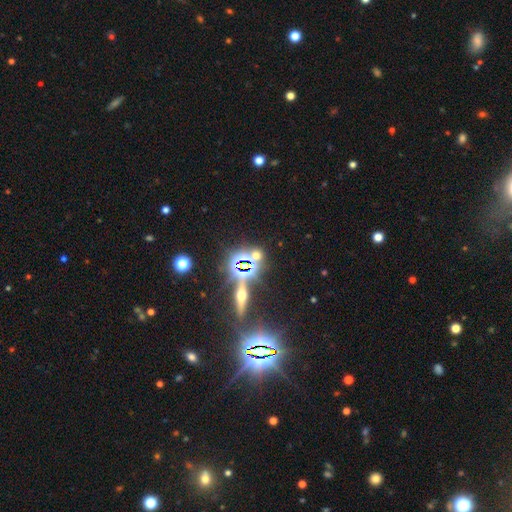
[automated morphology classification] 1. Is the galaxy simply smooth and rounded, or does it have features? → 54% star or artifact, 30% smooth, 15% featured or disk.